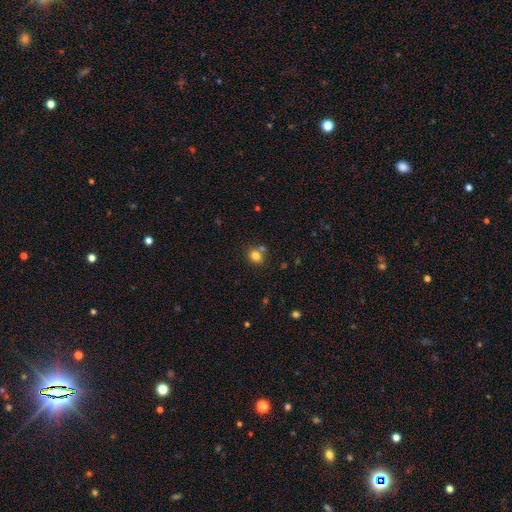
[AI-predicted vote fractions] smooth 81%, star or artifact 12%, featured or disk 7%. Down the decision tree: how rounded — round (59%); merging — none (64%).